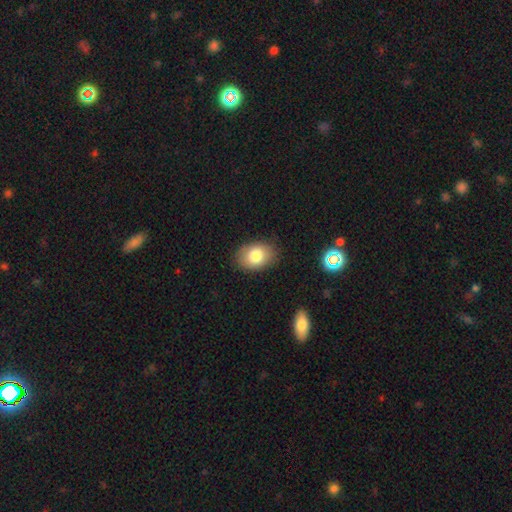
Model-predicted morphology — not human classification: smooth-or-featured: smooth: 80% | featured or disk: 11% | star or artifact: 9%
  how-rounded: in between: 77% | round: 22% | cigar-shaped: 1%
  merging: none: 85% | minor disturbance: 11% | major disturbance: 3% | merger: 1%